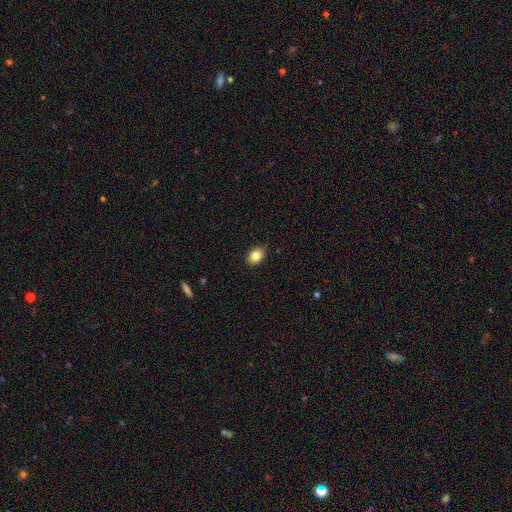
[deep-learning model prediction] Smooth or featured?
  - smooth: 84% *
  - star or artifact: 9%
  - featured or disk: 7%
How rounded?
  - in between: 74% *
  - round: 25%
  - cigar-shaped: 1%
Merging?
  - none: 82% *
  - minor disturbance: 14%
  - major disturbance: 2%
  - merger: 1%